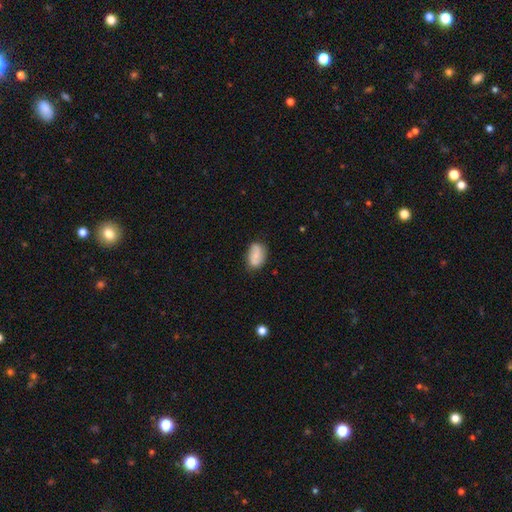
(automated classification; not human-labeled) Smooth or featured?
  - smooth: 71% *
  - featured or disk: 21%
  - star or artifact: 8%
How rounded?
  - in between: 88% *
  - round: 10%
  - cigar-shaped: 2%
Merging?
  - none: 68% *
  - minor disturbance: 23%
  - major disturbance: 5%
  - merger: 3%